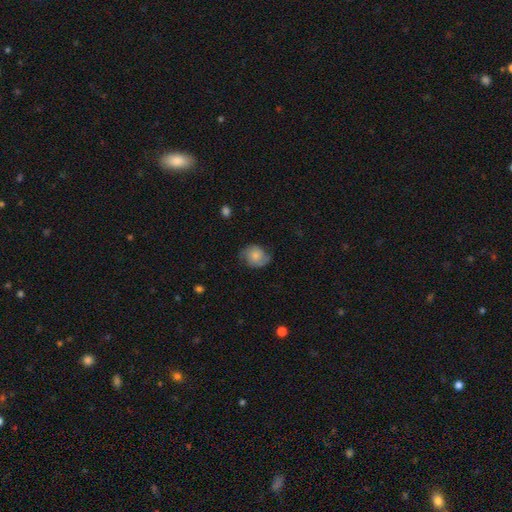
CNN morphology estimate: Q: Smooth or featured?
A: smooth (54%); runner-up: featured or disk (38%)
Q: How rounded?
A: round (66%); runner-up: in between (33%)
Q: Merging?
A: none (64%); runner-up: minor disturbance (26%)